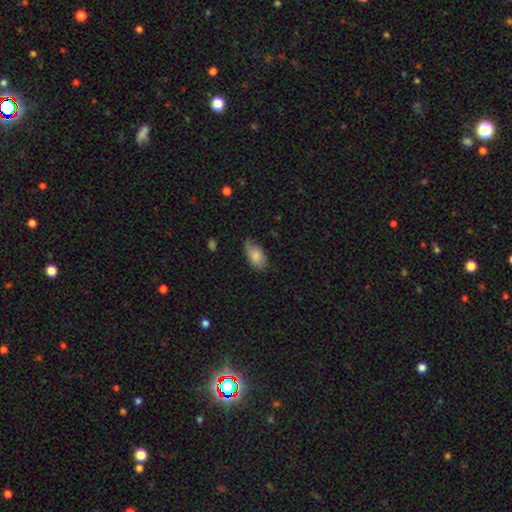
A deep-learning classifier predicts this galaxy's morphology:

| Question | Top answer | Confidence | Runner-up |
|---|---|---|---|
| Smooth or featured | smooth | 78% | featured or disk (15%) |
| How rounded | in between | 93% | round (4%) |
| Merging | none | 57% | minor disturbance (33%) |